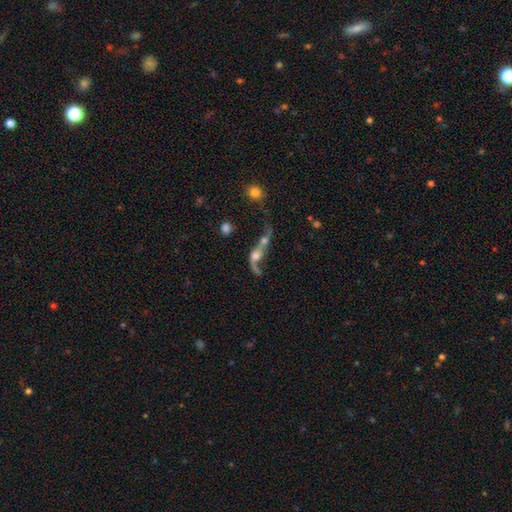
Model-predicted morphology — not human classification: The model was most divided on "bulge size": moderate: 44%, small: 20%, large: 18%, none: 13%, dominant: 4%. More confident: edge-on disk — no (87%); bar — no (74%); merging — merger (68%); spiral arms — yes (62%); smooth or featured — featured or disk (58%).